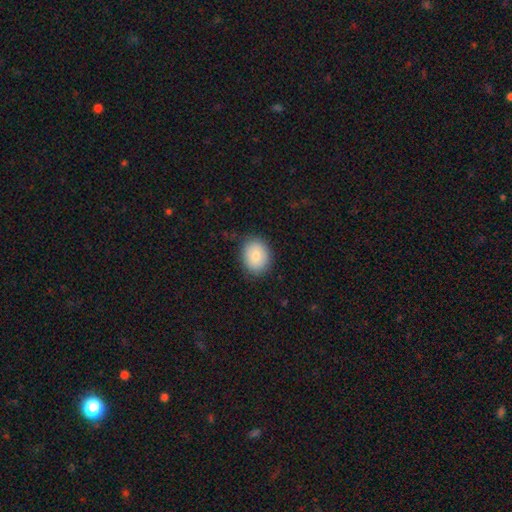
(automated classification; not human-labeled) smooth-or-featured: smooth: 81% | featured or disk: 12% | star or artifact: 8%
  how-rounded: round: 53% | in between: 47% | cigar-shaped: 1%
  merging: none: 84% | minor disturbance: 12% | major disturbance: 3% | merger: 1%